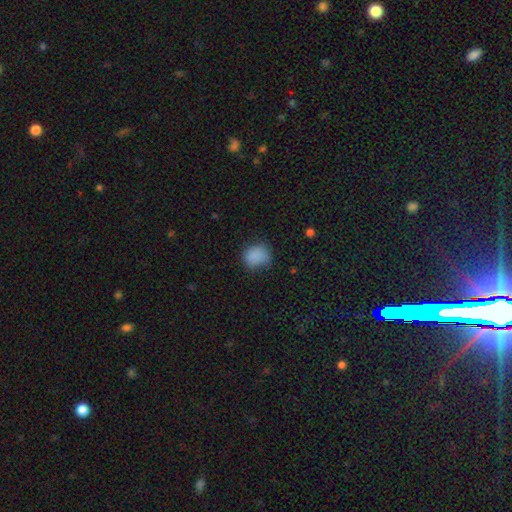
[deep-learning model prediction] A smooth galaxy with no disk features (83%) that is round (66%).

Vote fractions:
- Smooth or featured? smooth: 83% / star or artifact: 11% / featured or disk: 6%
- How rounded? round: 66% / in between: 33% / cigar-shaped: 1%
- Merging? none: 61% / minor disturbance: 29% / major disturbance: 9% / merger: 2%